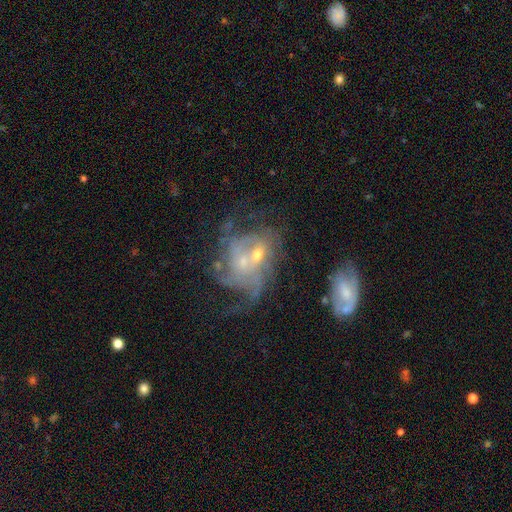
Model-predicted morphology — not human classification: Q: Smooth or featured?
A: featured or disk (77%); runner-up: smooth (13%)
Q: Edge-on disk?
A: no (97%); runner-up: yes (3%)
Q: Bar?
A: no (72%); runner-up: weak (24%)
Q: Spiral arms?
A: yes (79%); runner-up: no (21%)
Q: Spiral winding?
A: medium (39%); runner-up: tight (38%)
Q: Spiral arm count?
A: can't tell (43%); runner-up: 3 (20%)
Q: Bulge size?
A: small (58%); runner-up: moderate (34%)
Q: Merging?
A: merger (43%); runner-up: none (26%)